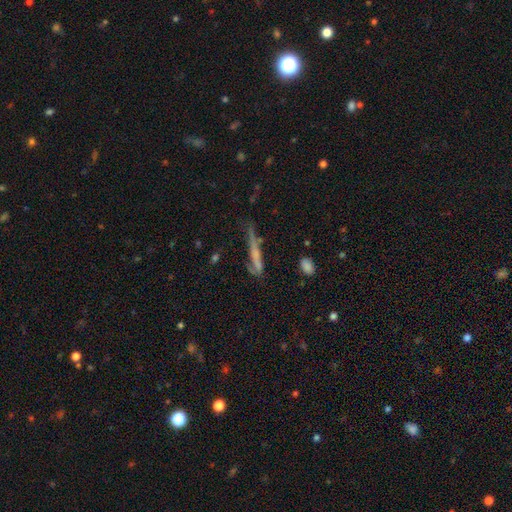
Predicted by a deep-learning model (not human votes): Smooth or featured? smooth (44%)
Merging? none (48%)